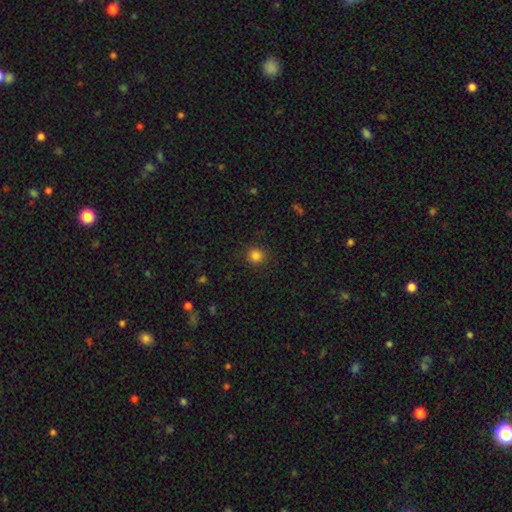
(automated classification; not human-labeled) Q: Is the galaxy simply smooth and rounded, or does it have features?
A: smooth — 84%.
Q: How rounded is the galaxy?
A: round — 92%.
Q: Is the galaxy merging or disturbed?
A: none — 89%.